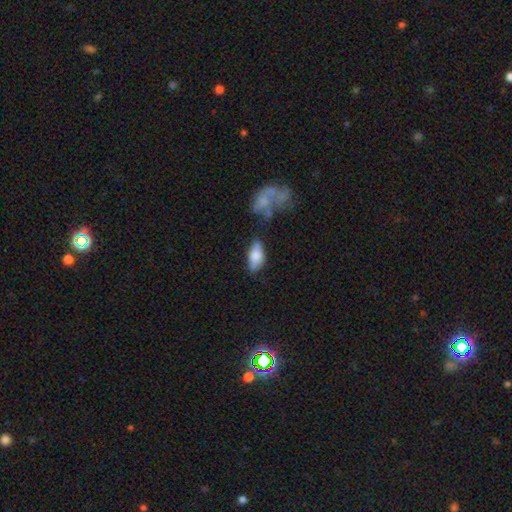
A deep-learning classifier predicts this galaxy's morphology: Smooth or featured: smooth — 74% (featured or disk — 19%)
How rounded: in between — 87% (cigar-shaped — 9%)
Merging: none — 55% (minor disturbance — 27%)